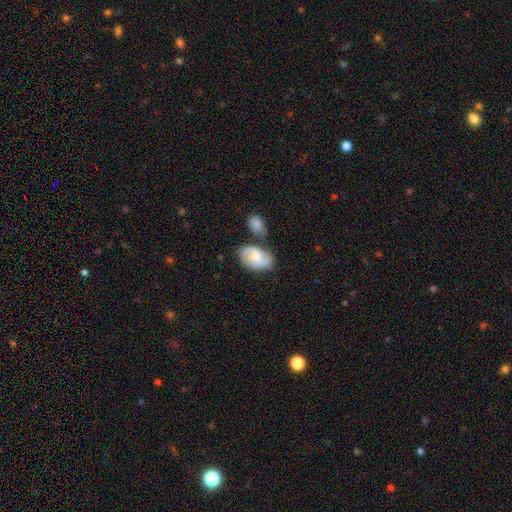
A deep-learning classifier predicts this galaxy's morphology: The model was most divided on "smooth or featured": featured or disk: 49%, smooth: 44%, star or artifact: 7%. More confident: merging — none (51%).